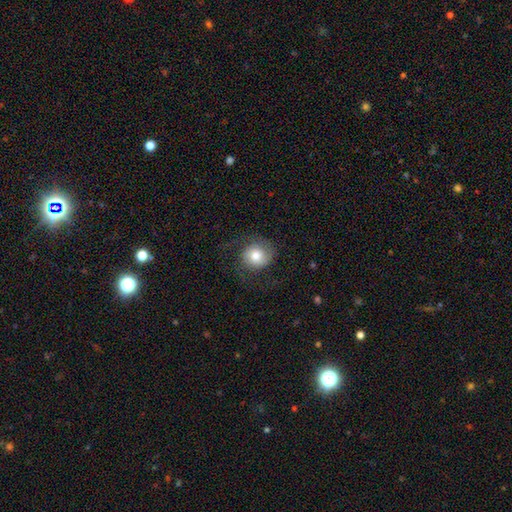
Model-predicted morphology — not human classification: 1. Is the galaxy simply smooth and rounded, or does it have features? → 61% smooth, 31% featured or disk, 8% star or artifact.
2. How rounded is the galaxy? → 80% round, 19% in between, 1% cigar-shaped.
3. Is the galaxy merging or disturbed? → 64% none, 18% minor disturbance, 17% major disturbance, 1% merger.